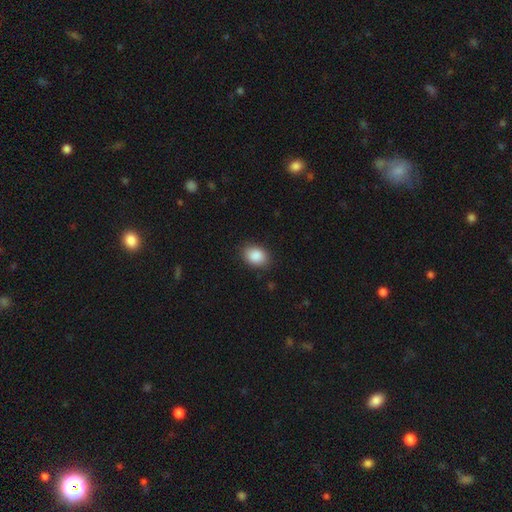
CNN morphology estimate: Smooth or featured?
  - smooth: 89% *
  - star or artifact: 7%
  - featured or disk: 4%
How rounded?
  - in between: 75% *
  - round: 24%
  - cigar-shaped: 1%
Merging?
  - none: 85% *
  - minor disturbance: 11%
  - major disturbance: 3%
  - merger: 1%